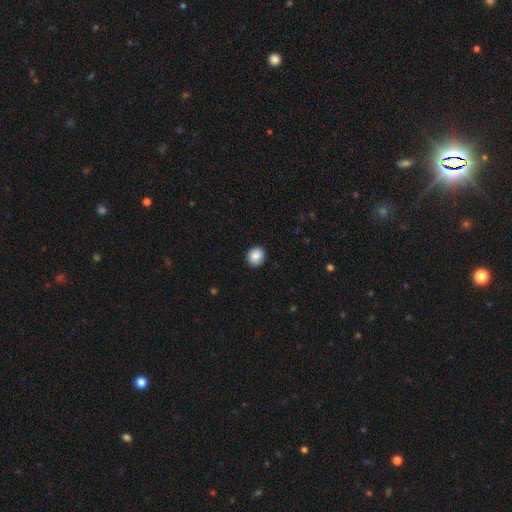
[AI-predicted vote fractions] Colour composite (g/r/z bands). It shows a smooth galaxy with no disk features (88%) that is round (82%). Merging: none (89%).